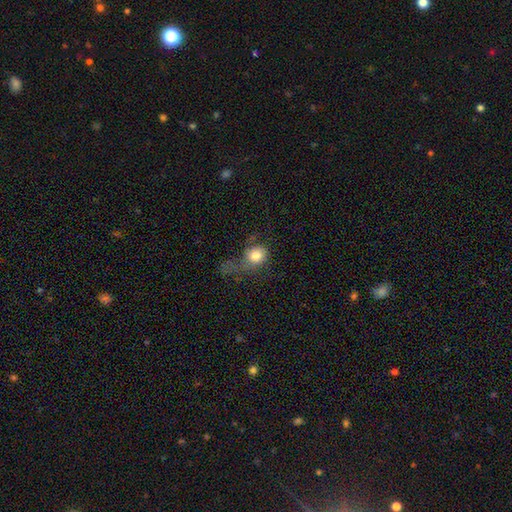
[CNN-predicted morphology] smooth 78%, featured or disk 14%, star or artifact 9%. Down the decision tree: how rounded — round (64%); merging — major disturbance (45%).